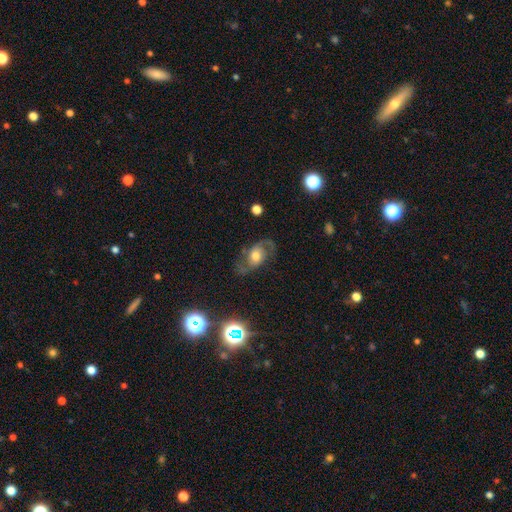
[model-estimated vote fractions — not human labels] Morphology: type=featured or disk (69%); edge-on=no (95%); bar=no (63%); spiral arms=yes (88%); winding=loose (44%); arm count=2 (88%); bulge=moderate (59%); merging=none (66%).